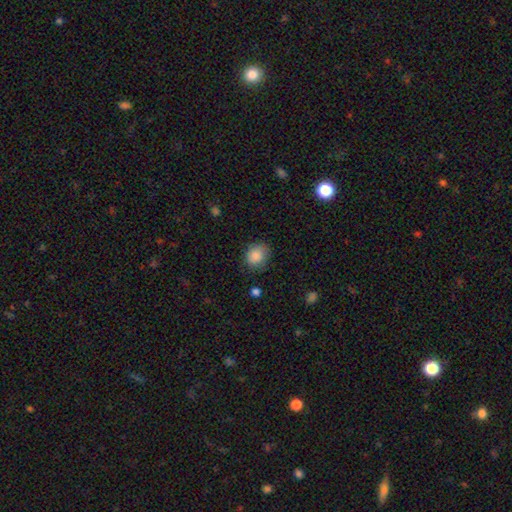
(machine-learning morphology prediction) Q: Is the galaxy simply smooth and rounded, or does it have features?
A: smooth — 87%.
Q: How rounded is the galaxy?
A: round — 64%.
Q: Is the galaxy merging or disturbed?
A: none — 73%.